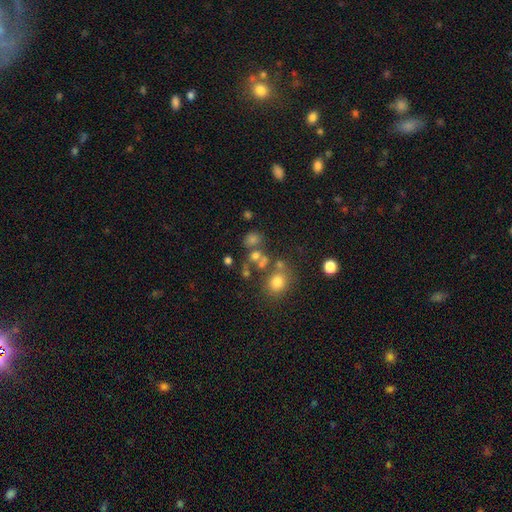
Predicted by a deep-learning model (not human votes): Smooth or featured? Predicted: smooth (p=0.63). How rounded? Predicted: round (p=0.67). Merging? Predicted: none (p=0.48).